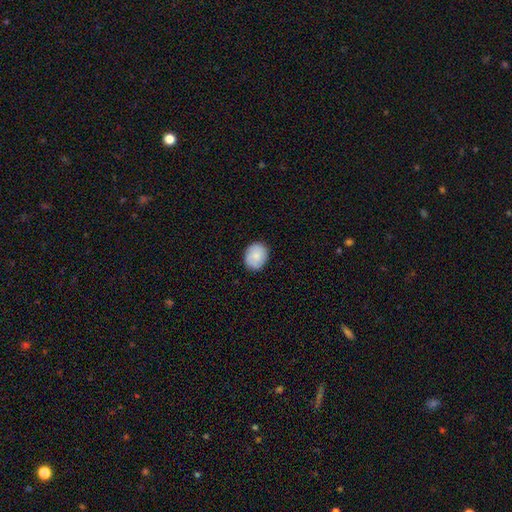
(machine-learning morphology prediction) Smooth or featured: smooth — 83% (featured or disk — 10%)
How rounded: round — 57% (in between — 42%)
Merging: none — 86% (minor disturbance — 11%)